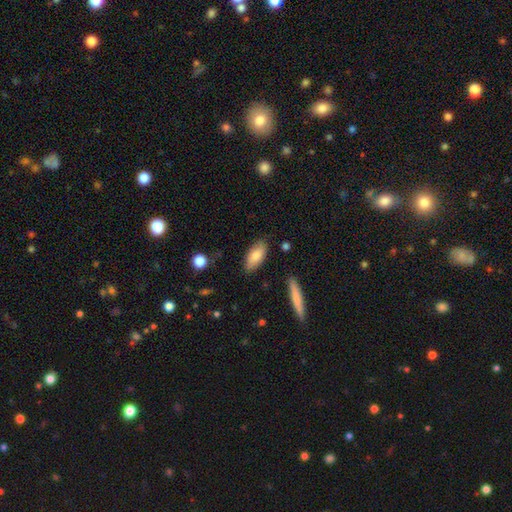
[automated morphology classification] This is clearly a smooth galaxy (82%). How rounded: clearly in between (87%). Merging: clearly none (82%).